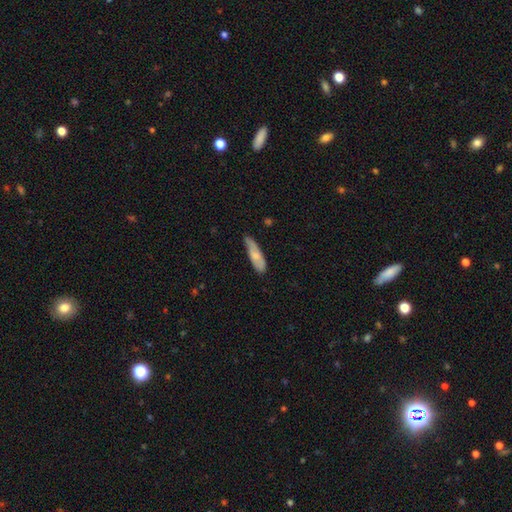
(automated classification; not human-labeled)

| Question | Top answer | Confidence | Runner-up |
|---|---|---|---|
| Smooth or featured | smooth | 71% | featured or disk (23%) |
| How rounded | cigar-shaped | 58% | in between (41%) |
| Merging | none | 62% | minor disturbance (30%) |